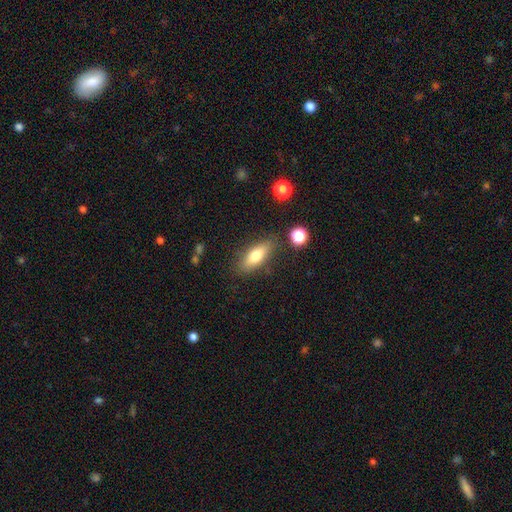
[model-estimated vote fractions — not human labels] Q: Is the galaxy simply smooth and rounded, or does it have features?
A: smooth — 72%.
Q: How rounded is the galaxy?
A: in between — 68%.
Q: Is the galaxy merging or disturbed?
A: none — 81%.